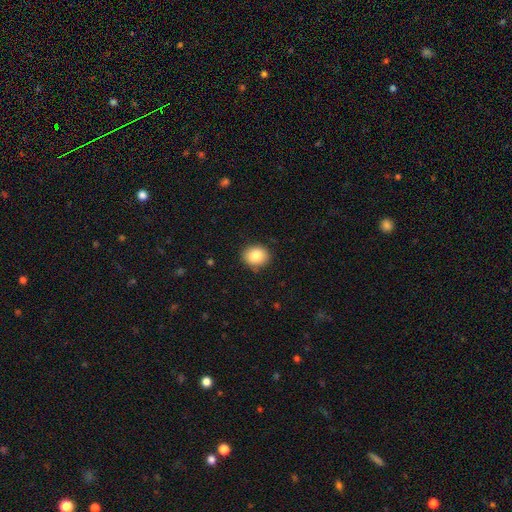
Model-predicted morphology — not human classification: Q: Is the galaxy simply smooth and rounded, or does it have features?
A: smooth — 85%.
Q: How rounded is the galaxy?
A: round — 62%.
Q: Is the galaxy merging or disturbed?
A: none — 88%.